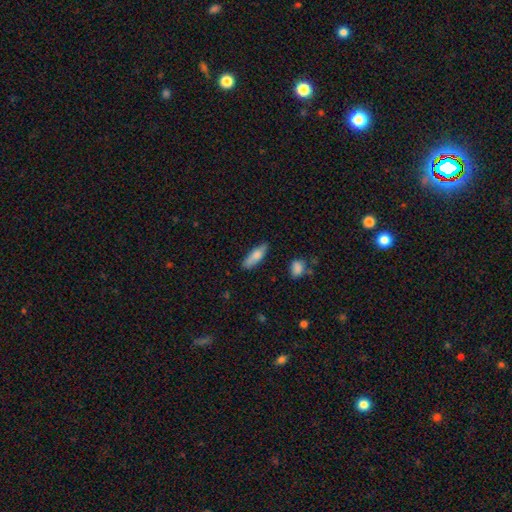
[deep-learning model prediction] Morphology: type=smooth (77%); roundness=in between (50%); merging=none (80%).